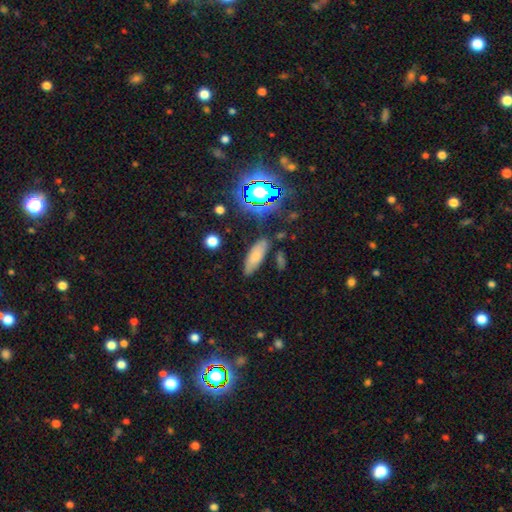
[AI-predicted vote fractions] A smooth galaxy with no disk features (70%) that is in between round and cigar-shaped (63%).

Vote fractions:
- Smooth or featured? smooth: 70% / featured or disk: 18% / star or artifact: 12%
- How rounded? in between: 63% / cigar-shaped: 34% / round: 3%
- Merging? none: 77% / minor disturbance: 14% / merger: 5% / major disturbance: 4%